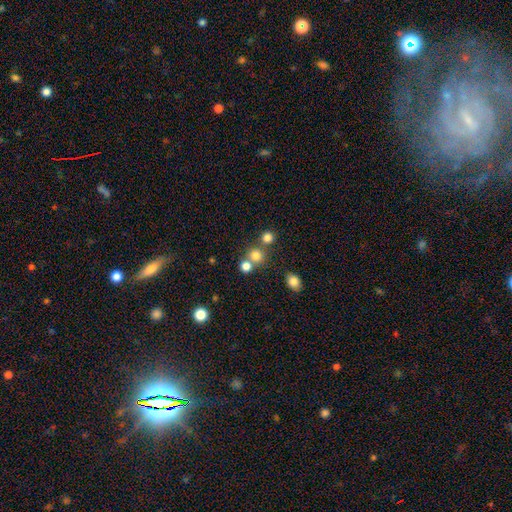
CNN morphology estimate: The model was most divided on "merging": none: 64%, merger: 26%, minor disturbance: 7%, major disturbance: 3%. More confident: how rounded — round (90%); smooth or featured — smooth (75%).